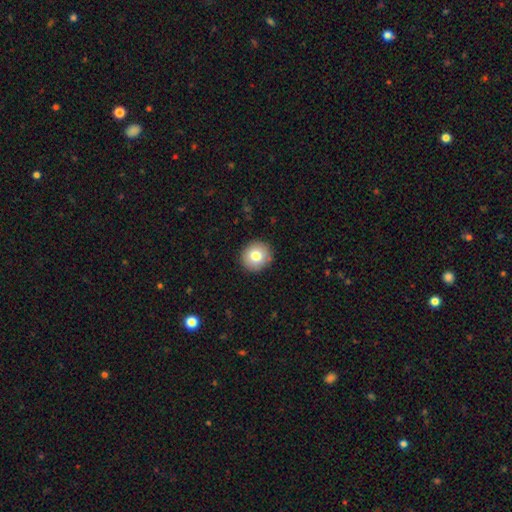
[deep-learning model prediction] Smooth or featured?
  - smooth: 79% *
  - featured or disk: 11%
  - star or artifact: 9%
How rounded?
  - round: 91% *
  - in between: 8%
  - cigar-shaped: 1%
Merging?
  - none: 91% *
  - minor disturbance: 6%
  - major disturbance: 2%
  - merger: 1%